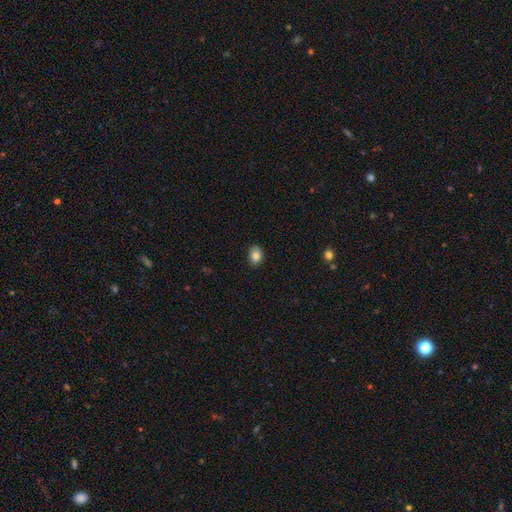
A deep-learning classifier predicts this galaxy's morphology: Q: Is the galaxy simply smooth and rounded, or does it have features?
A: smooth — 84%.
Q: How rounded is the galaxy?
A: in between — 69%.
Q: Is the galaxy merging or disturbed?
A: none — 81%.